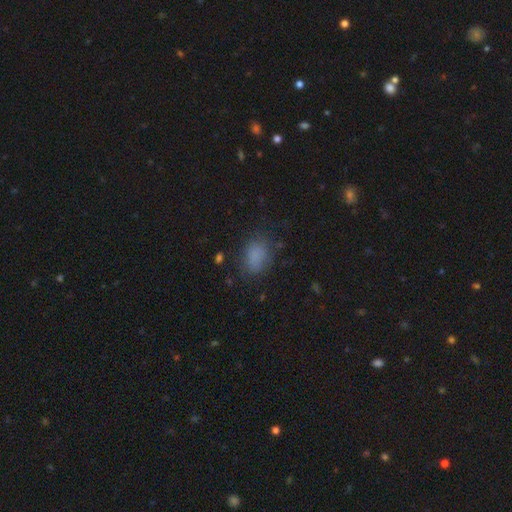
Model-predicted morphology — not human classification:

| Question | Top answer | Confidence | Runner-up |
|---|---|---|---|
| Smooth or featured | smooth | 82% | star or artifact (12%) |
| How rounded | in between | 78% | round (20%) |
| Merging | none | 74% | minor disturbance (17%) |